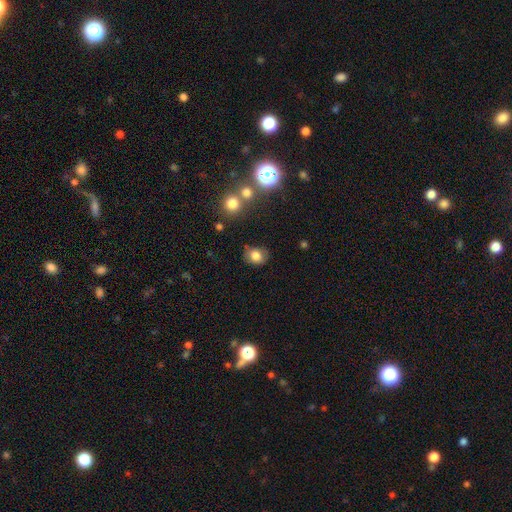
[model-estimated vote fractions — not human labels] smooth 79%, star or artifact 11%, featured or disk 10%. Down the decision tree: how rounded — round (51%); merging — none (75%).